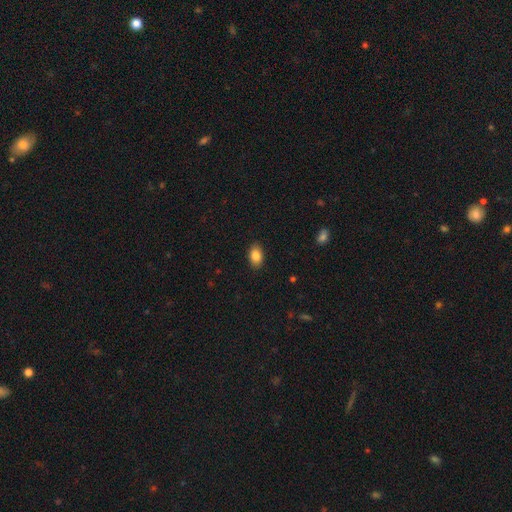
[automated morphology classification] Overall: smooth (86%). How rounded: in between (87%). Merging: none (88%).